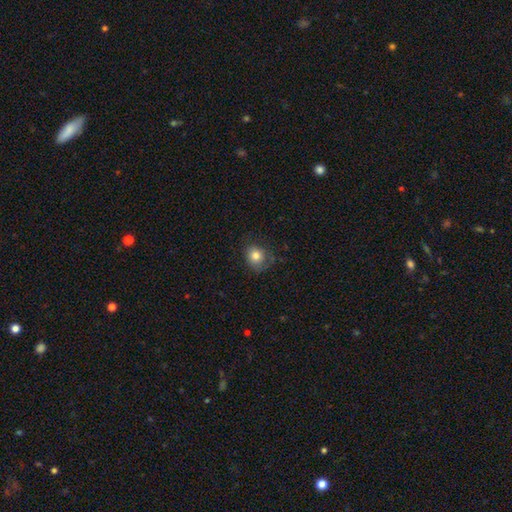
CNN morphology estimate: A smooth galaxy with no disk features (81%) that is round (76%). Merging: none (70%).